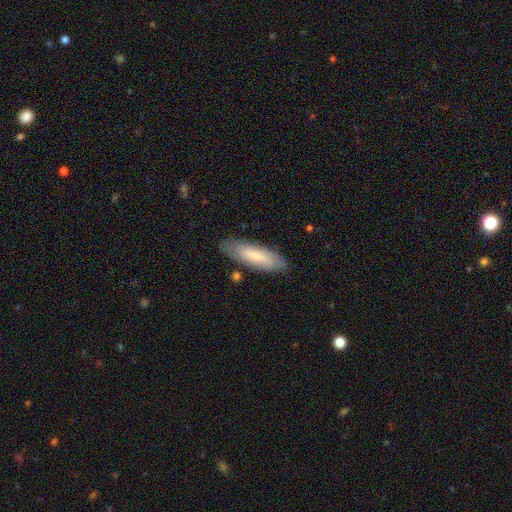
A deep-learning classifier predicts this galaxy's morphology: Overall: smooth (64%; featured or disk 29%). How rounded: cigar-shaped (51%; in between 48%). Merging: none (80%).